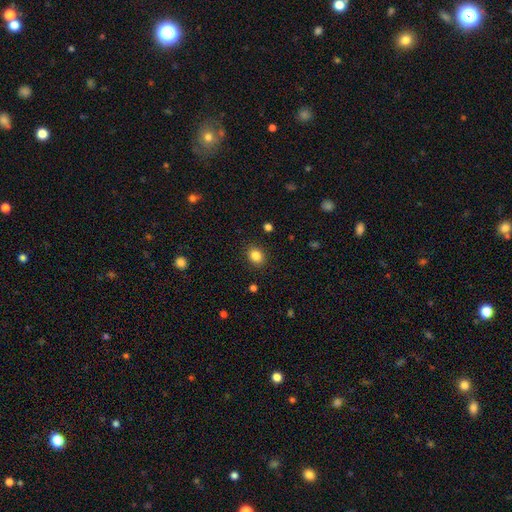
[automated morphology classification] Q: Smooth or featured?
A: smooth (84%); runner-up: star or artifact (11%)
Q: How rounded?
A: round (63%); runner-up: in between (36%)
Q: Merging?
A: none (89%); runner-up: minor disturbance (8%)